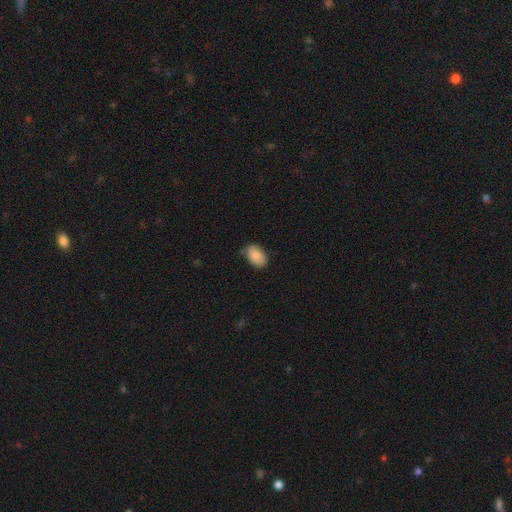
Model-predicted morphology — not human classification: The model was most divided on "merging": none: 76%, minor disturbance: 19%, major disturbance: 3%, merger: 1%. More confident: how rounded — in between (90%); smooth or featured — smooth (87%).